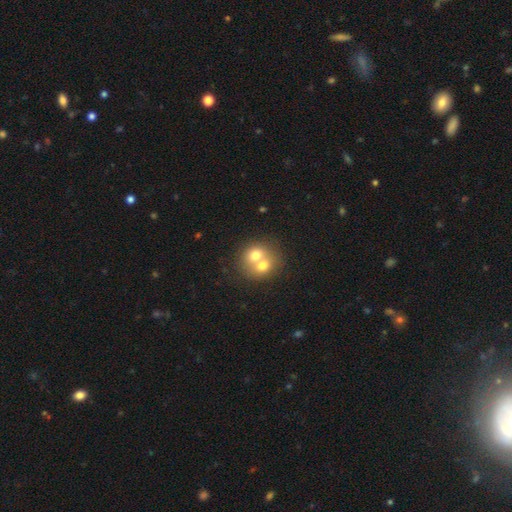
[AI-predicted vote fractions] Smooth or featured? Predicted: smooth (p=0.67). How rounded? Predicted: round (p=0.72). Merging? Predicted: merger (p=0.71).